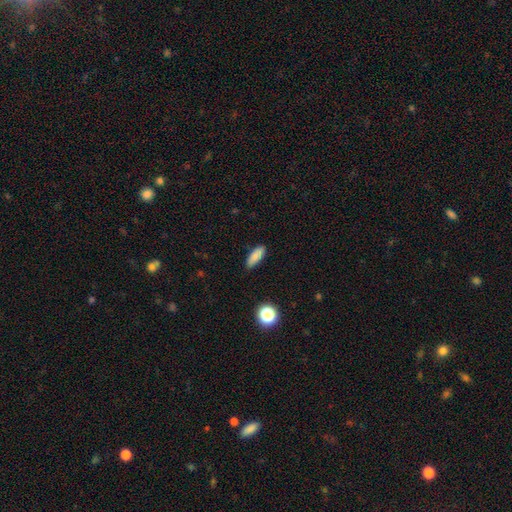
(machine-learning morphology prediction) type=smooth (84%); roundness=in between (65%); merging=none (84%).